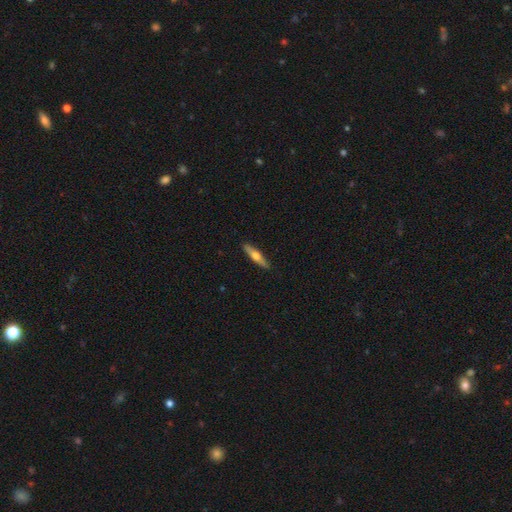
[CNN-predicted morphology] featured or disk 49%, smooth 46%, star or artifact 6%. Down the decision tree: merging — none (90%).